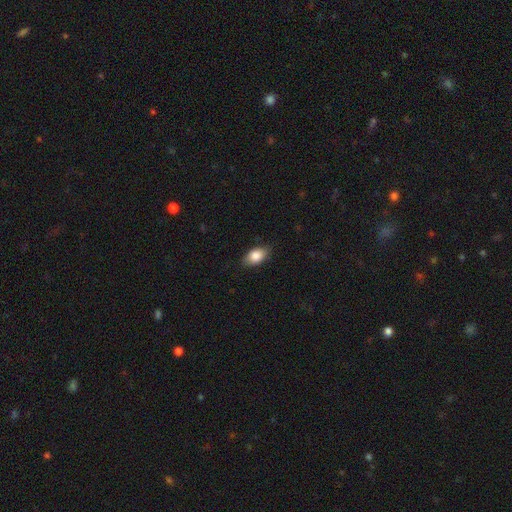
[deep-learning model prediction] Smooth or featured: smooth — 84% (featured or disk — 8%)
How rounded: in between — 89% (round — 8%)
Merging: none — 83% (minor disturbance — 13%)